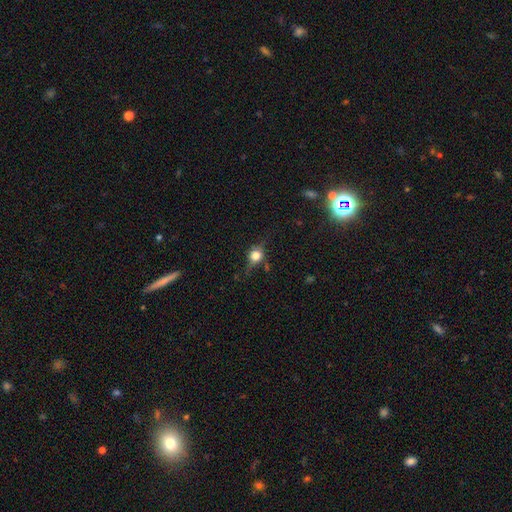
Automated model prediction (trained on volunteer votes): Smooth or featured?
  - smooth: 47% *
  - featured or disk: 38%
  - star or artifact: 15%
Merging?
  - none: 72% *
  - minor disturbance: 18%
  - major disturbance: 7%
  - merger: 2%